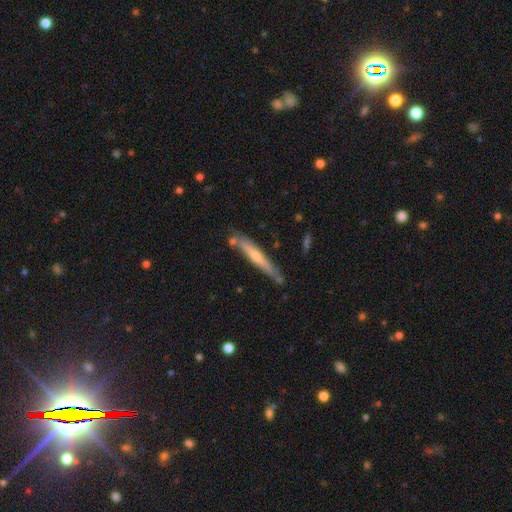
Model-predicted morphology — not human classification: Q: Smooth or featured?
A: featured or disk (50%); runner-up: smooth (44%)
Q: Edge-on disk?
A: yes (92%); runner-up: no (8%)
Q: Merging?
A: none (71%); runner-up: minor disturbance (18%)